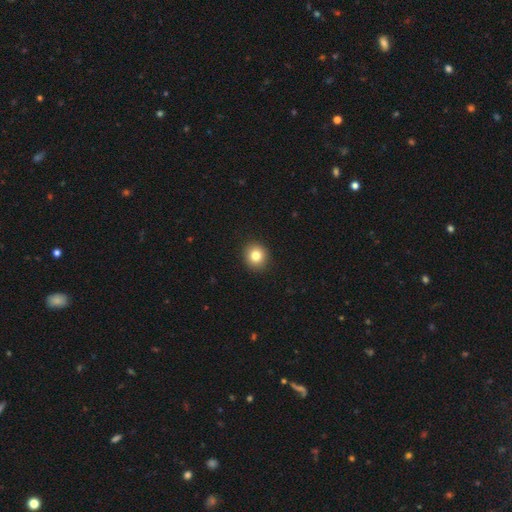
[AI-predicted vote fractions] A smooth galaxy with no disk features (82%) that is round (88%). Merging: none (93%).